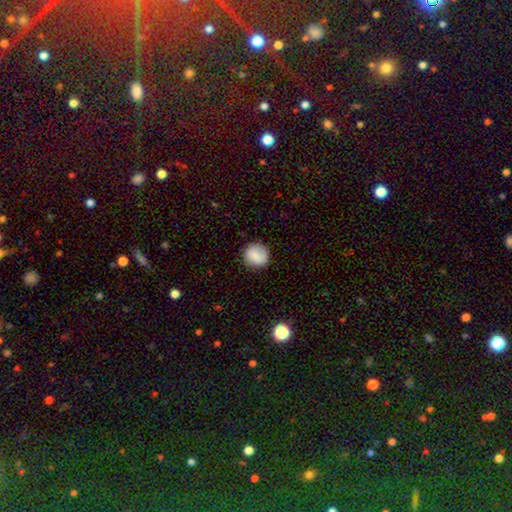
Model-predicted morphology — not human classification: Smooth or featured? smooth (81%)
How rounded? round (86%)
Merging? none (84%)